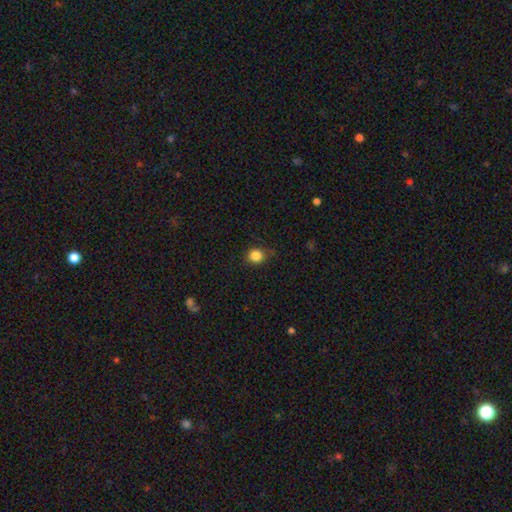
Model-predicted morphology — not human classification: Smooth or featured?
  - smooth: 85% *
  - star or artifact: 11%
  - featured or disk: 4%
How rounded?
  - round: 87% *
  - in between: 12%
  - cigar-shaped: 1%
Merging?
  - none: 83% *
  - minor disturbance: 13%
  - major disturbance: 3%
  - merger: 1%